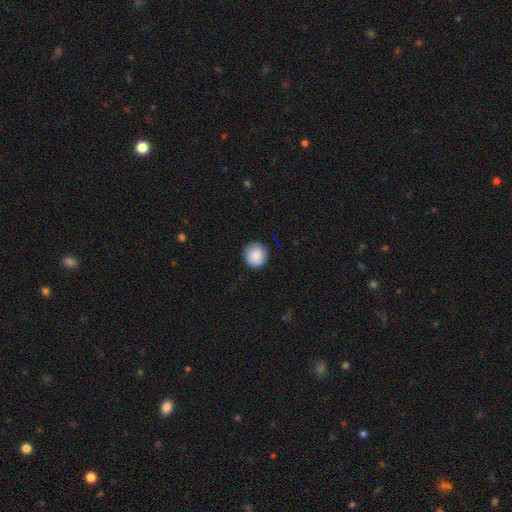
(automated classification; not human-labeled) Smooth or featured: smooth — 86% (star or artifact — 7%)
How rounded: round — 92% (in between — 7%)
Merging: none — 87% (minor disturbance — 10%)